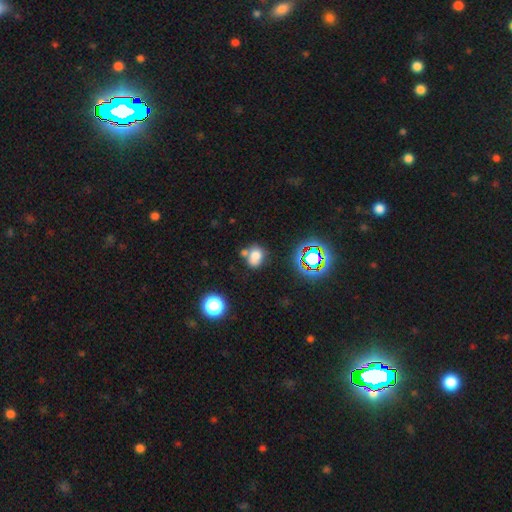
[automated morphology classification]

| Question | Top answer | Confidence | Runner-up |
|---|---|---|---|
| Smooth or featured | smooth | 69% | star or artifact (18%) |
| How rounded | round | 51% | in between (47%) |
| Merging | none | 51% | merger (28%) |